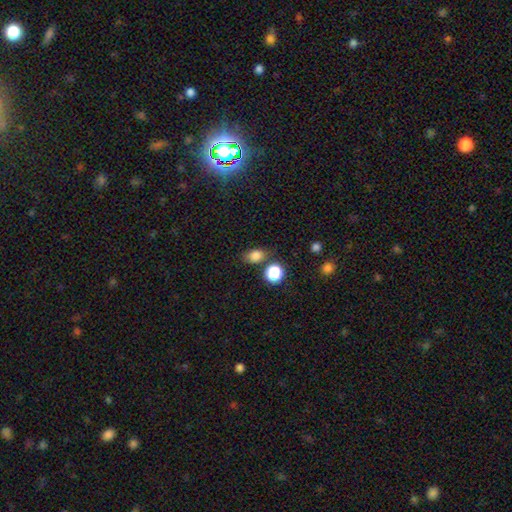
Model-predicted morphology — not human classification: Smooth or featured: smooth — 80% (star or artifact — 14%)
How rounded: in between — 65% (round — 33%)
Merging: none — 71% (minor disturbance — 15%)